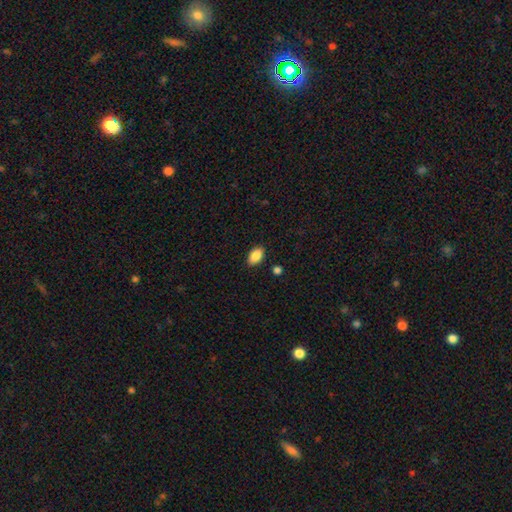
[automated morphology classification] A smooth galaxy with no disk features (87%) that is in between round and cigar-shaped (92%). Merging: none (87%).